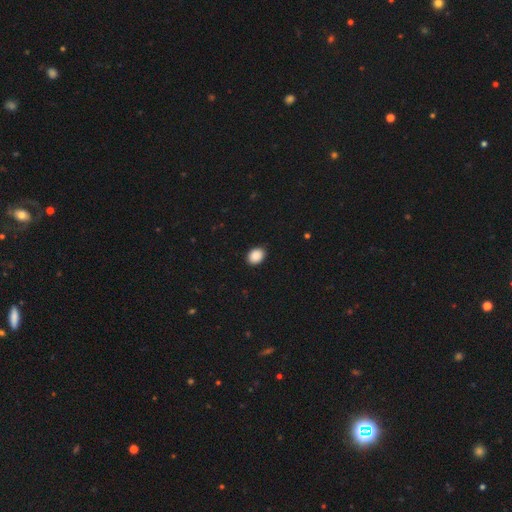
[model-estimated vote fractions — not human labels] A smooth galaxy with no disk features (90%) that is in between round and cigar-shaped (60%). Merging: none (89%).